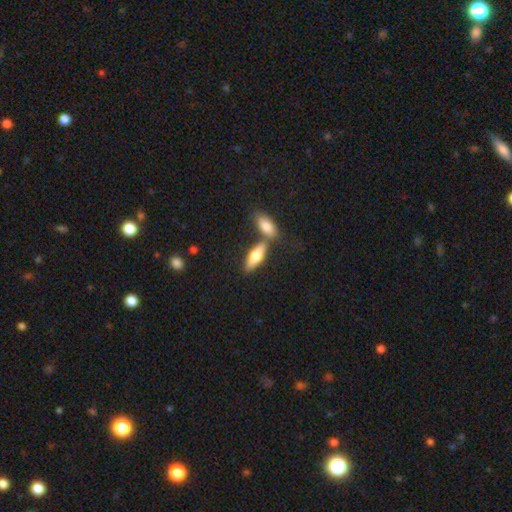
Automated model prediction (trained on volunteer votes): Morphology: type=smooth (67%); roundness=in between (62%); merging=none (55%).